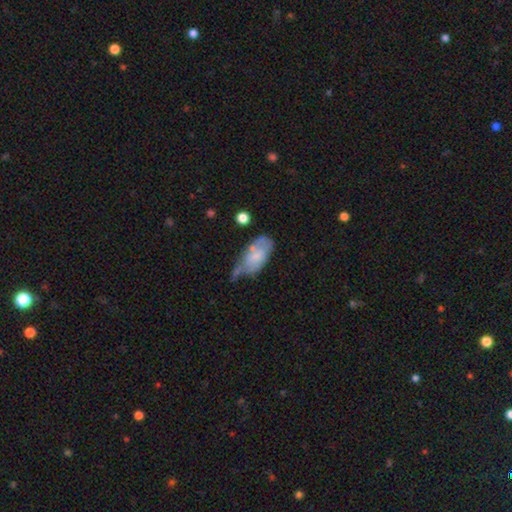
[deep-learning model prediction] smooth-or-featured: smooth: 59% | featured or disk: 34% | star or artifact: 7%
  how-rounded: in between: 92% | cigar-shaped: 5% | round: 3%
  merging: minor disturbance: 37% | none: 29% | major disturbance: 20% | merger: 14%